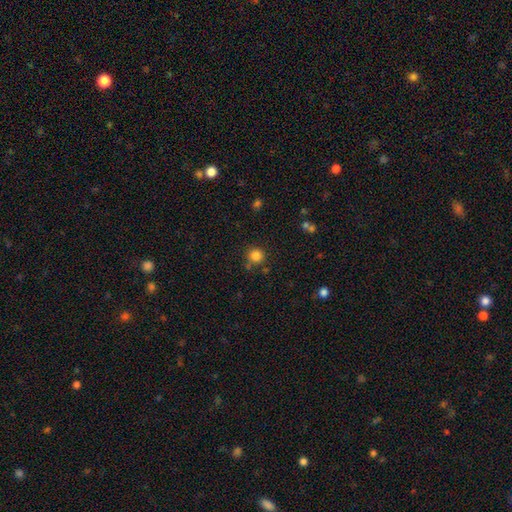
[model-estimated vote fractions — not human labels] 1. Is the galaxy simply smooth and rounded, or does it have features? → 83% smooth, 13% star or artifact, 5% featured or disk.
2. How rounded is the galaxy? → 92% round, 7% in between, 1% cigar-shaped.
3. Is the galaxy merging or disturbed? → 79% none, 10% minor disturbance, 8% merger, 4% major disturbance.